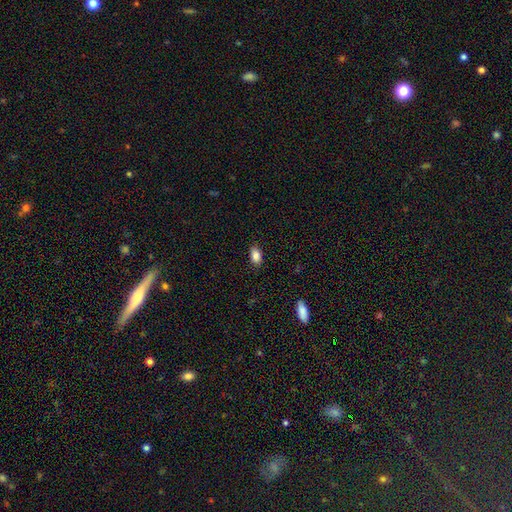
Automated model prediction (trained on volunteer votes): Q: Smooth or featured?
A: smooth (85%); runner-up: star or artifact (8%)
Q: How rounded?
A: in between (89%); runner-up: round (9%)
Q: Merging?
A: none (86%); runner-up: minor disturbance (11%)